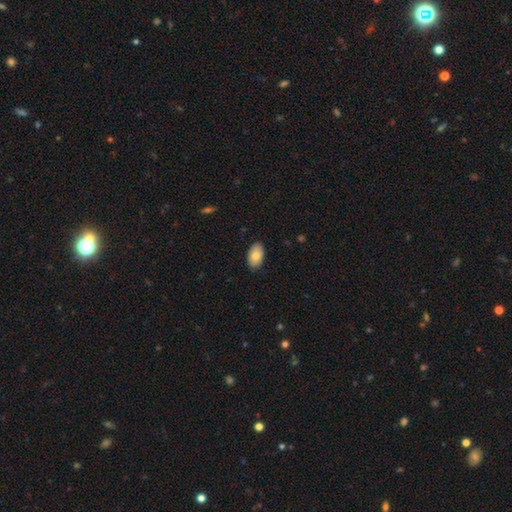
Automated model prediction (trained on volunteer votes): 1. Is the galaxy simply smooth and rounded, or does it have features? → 81% smooth, 12% featured or disk, 6% star or artifact.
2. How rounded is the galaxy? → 94% in between, 5% round, 1% cigar-shaped.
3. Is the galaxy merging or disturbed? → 87% none, 11% minor disturbance, 2% major disturbance, 1% merger.